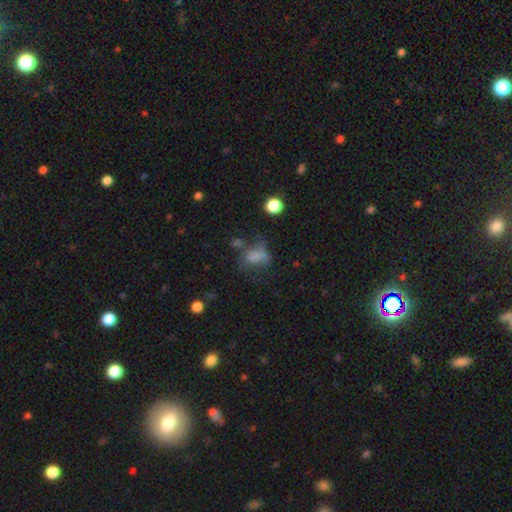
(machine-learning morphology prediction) type=smooth (65%); roundness=in between (72%); merging=major disturbance (34%).